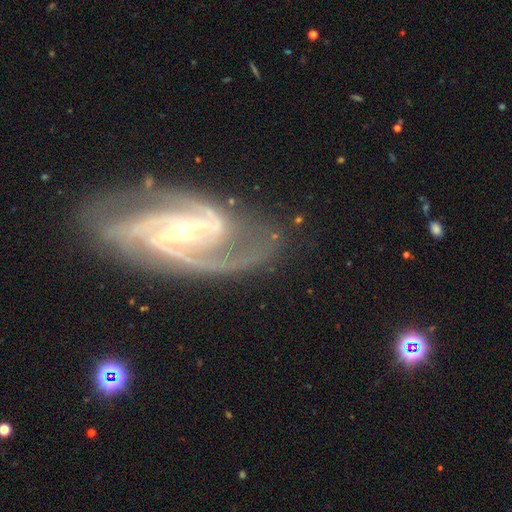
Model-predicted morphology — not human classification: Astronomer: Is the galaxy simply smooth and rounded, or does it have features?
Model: featured or disk — 91%.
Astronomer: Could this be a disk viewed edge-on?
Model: no — 96%.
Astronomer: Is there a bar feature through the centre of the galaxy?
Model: strong — 45% (runner-up: weak, 33%).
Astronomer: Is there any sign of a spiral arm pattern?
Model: yes — 98%.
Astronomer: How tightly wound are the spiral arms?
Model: medium — 54% (runner-up: tight, 32%).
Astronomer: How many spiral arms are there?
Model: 2 — 51%.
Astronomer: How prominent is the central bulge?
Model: small — 74%.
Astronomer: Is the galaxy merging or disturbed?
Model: none — 67%.